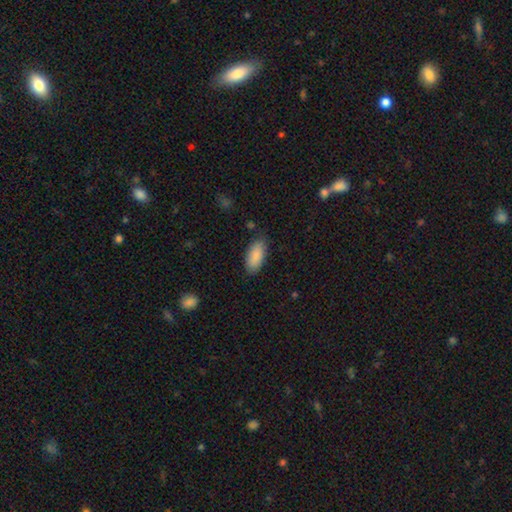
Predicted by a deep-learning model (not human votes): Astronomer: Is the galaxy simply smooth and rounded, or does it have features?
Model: smooth — 88%.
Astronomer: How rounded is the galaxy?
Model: in between — 89%.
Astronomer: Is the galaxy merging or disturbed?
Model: none — 80%.